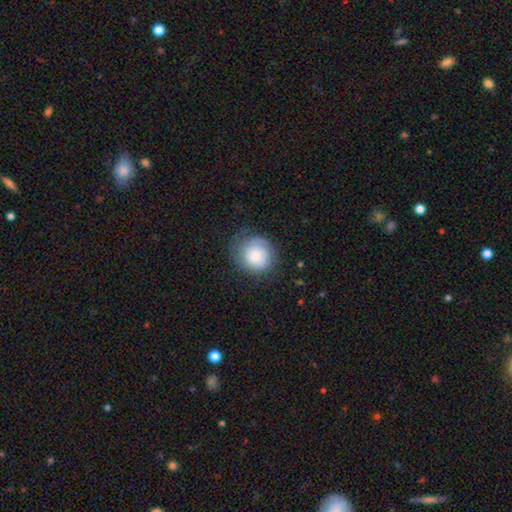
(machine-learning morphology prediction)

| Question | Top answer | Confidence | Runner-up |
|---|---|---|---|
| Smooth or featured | smooth | 54% | featured or disk (38%) |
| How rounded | round | 85% | in between (14%) |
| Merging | none | 66% | minor disturbance (22%) |